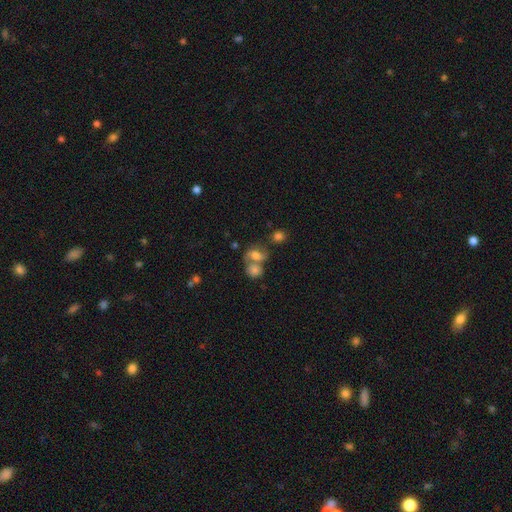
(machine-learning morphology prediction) Smooth or featured?
  - smooth: 55% *
  - featured or disk: 29%
  - star or artifact: 16%
How rounded?
  - in between: 49% *
  - round: 48%
  - cigar-shaped: 2%
Merging?
  - merger: 48% *
  - none: 34%
  - minor disturbance: 11%
  - major disturbance: 7%